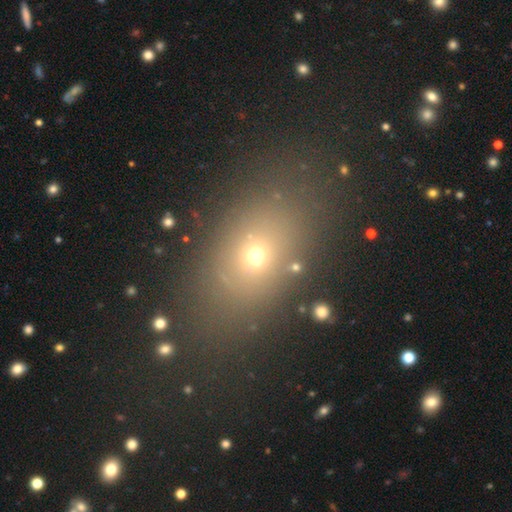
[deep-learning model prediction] Smooth or featured? Predicted: smooth (p=0.61). How rounded? Predicted: in between (p=0.73). Merging? Predicted: none (p=0.70).